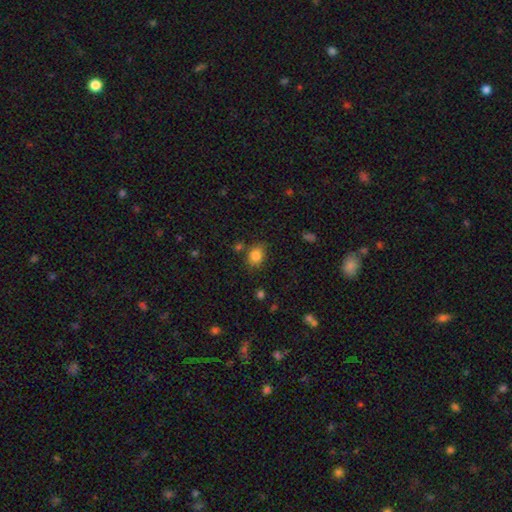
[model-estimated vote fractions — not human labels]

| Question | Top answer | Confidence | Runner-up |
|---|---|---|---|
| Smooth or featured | smooth | 83% | star or artifact (10%) |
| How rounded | in between | 53% | round (46%) |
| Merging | none | 75% | minor disturbance (15%) |